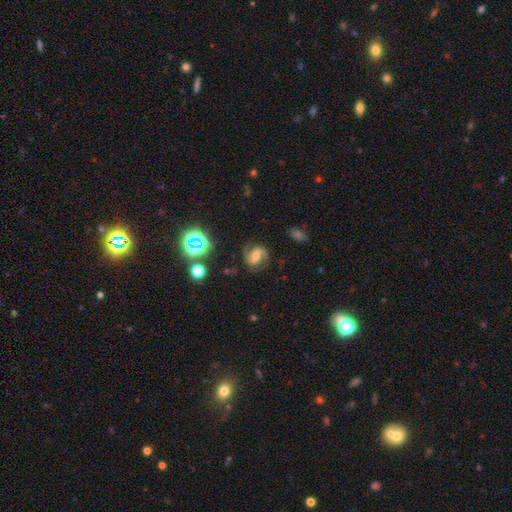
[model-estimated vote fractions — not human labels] A featured or disk galaxy (81%) with a weak bar (44%), 2 (92%) medium (57%) spiral arms (97%) and a moderate central bulge (58%).

Vote fractions:
- Smooth or featured? featured or disk: 81% / star or artifact: 11% / smooth: 9%
- Edge-on disk? no: 98% / yes: 2%
- Bar? weak: 44% / no: 31% / strong: 26%
- Spiral arms? yes: 97% / no: 3%
- Spiral winding? medium: 57% / loose: 22% / tight: 21%
- Spiral arm count? 2: 92% / can't tell: 3% / 1: 2% / 3: 1% / 4: 1% / more than 4: 1%
- Bulge size? moderate: 58% / small: 30% / large: 6% / none: 4% / dominant: 1%
- Merging? none: 80% / minor disturbance: 13% / major disturbance: 6% / merger: 2%